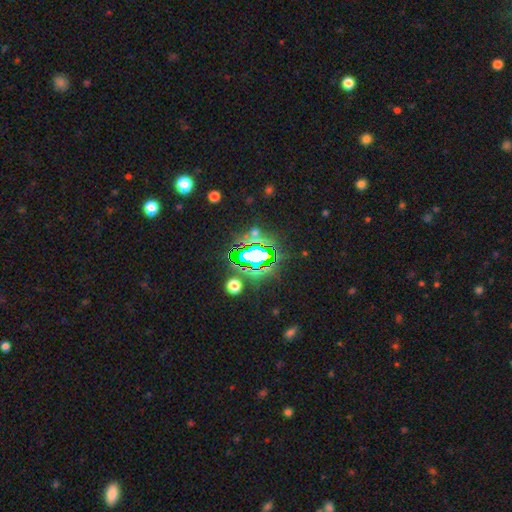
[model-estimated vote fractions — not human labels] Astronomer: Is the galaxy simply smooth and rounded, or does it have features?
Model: star or artifact — 72%.